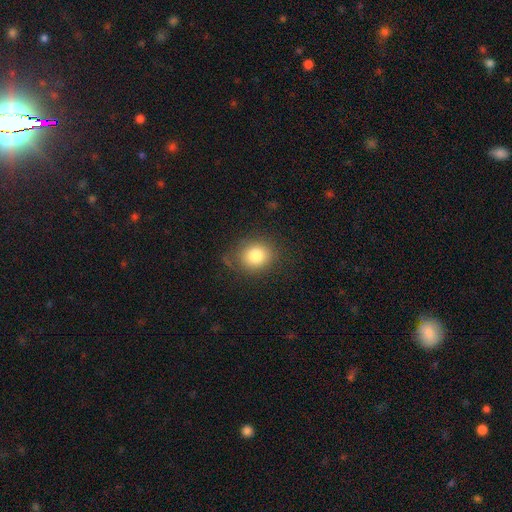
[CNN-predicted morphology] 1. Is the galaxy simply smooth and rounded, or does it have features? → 80% smooth, 11% star or artifact, 9% featured or disk.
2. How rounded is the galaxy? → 78% round, 21% in between, 1% cigar-shaped.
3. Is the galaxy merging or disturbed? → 80% none, 14% minor disturbance, 5% major disturbance, 1% merger.